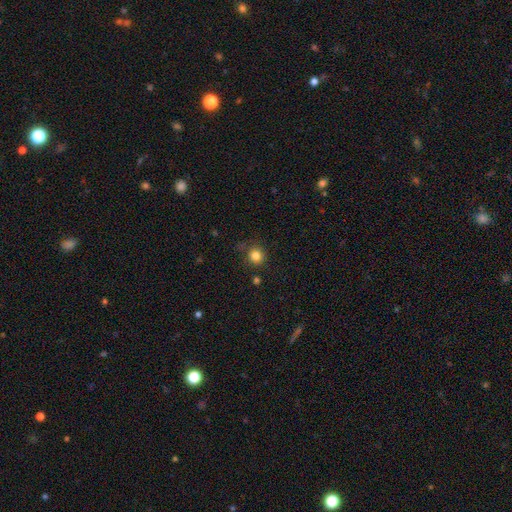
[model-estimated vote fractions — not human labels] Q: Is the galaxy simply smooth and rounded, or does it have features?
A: smooth — 83%.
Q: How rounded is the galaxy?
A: round — 90%.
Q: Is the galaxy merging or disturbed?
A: none — 80%.